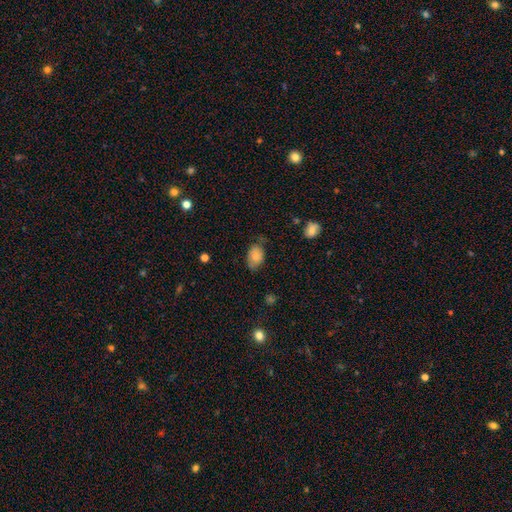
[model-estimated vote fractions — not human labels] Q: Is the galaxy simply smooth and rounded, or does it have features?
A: smooth — 79%.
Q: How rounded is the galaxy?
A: in between — 85%.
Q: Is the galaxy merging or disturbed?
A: none — 63%.